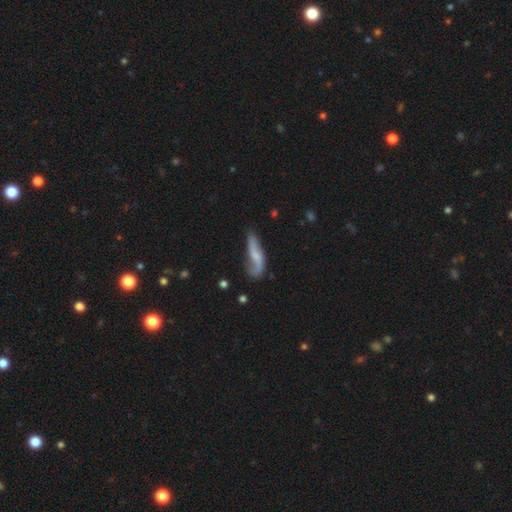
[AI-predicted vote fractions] This is possibly a featured or disk galaxy (55%). It is clearly not viewed edge-on (83%). Merging: possibly none (47%).